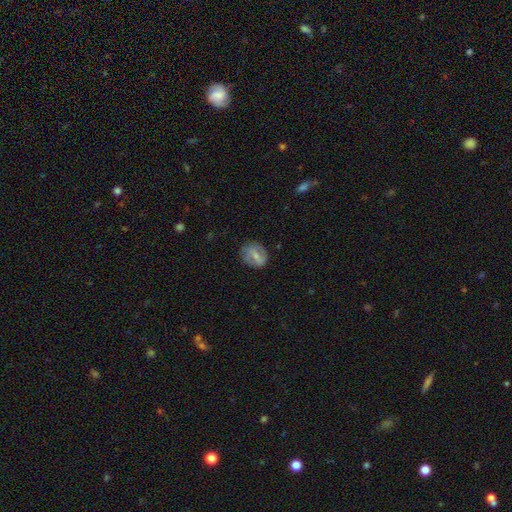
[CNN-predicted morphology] Smooth or featured: smooth — 50% (featured or disk — 42%)
How rounded: round — 60% (in between — 38%)
Merging: none — 77% (minor disturbance — 16%)